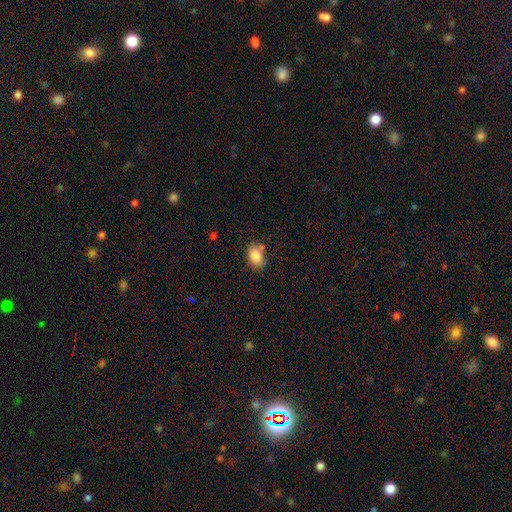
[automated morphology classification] Smooth or featured?
  - smooth: 85% *
  - star or artifact: 8%
  - featured or disk: 7%
How rounded?
  - in between: 77% *
  - round: 22%
  - cigar-shaped: 1%
Merging?
  - none: 65% *
  - minor disturbance: 21%
  - merger: 8%
  - major disturbance: 5%